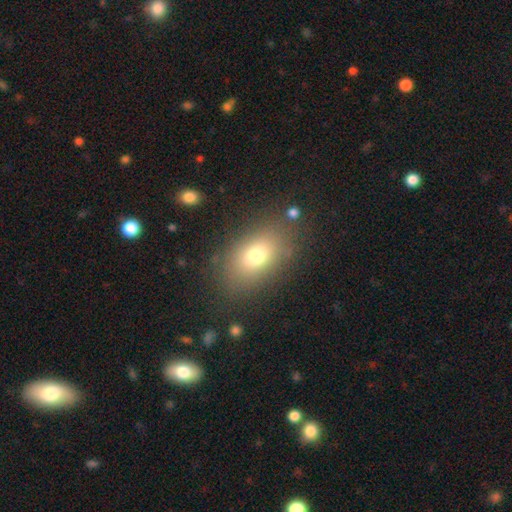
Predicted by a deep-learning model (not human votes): Morphology: type=smooth (73%); roundness=in between (82%); merging=none (81%).